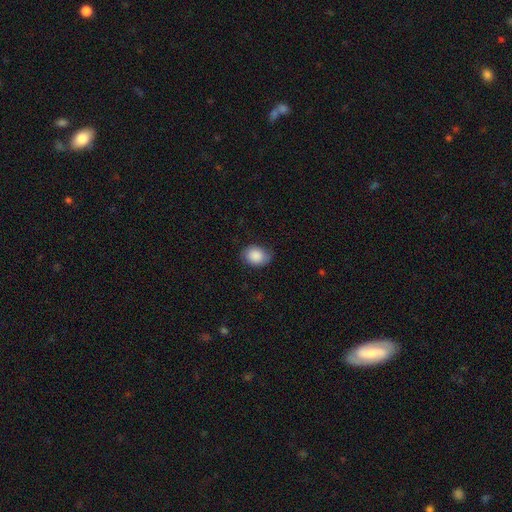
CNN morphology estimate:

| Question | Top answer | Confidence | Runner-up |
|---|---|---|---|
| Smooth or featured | smooth | 85% | featured or disk (8%) |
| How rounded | in between | 63% | round (37%) |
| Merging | none | 73% | minor disturbance (21%) |